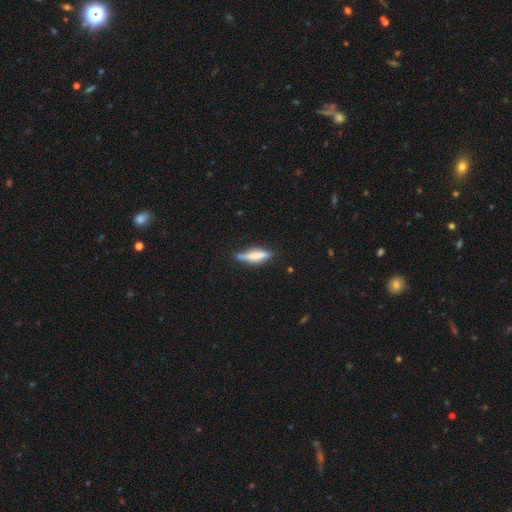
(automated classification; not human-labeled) A smooth galaxy with no disk features (60%) that is cigar-shaped (73%). Merging: none (70%).